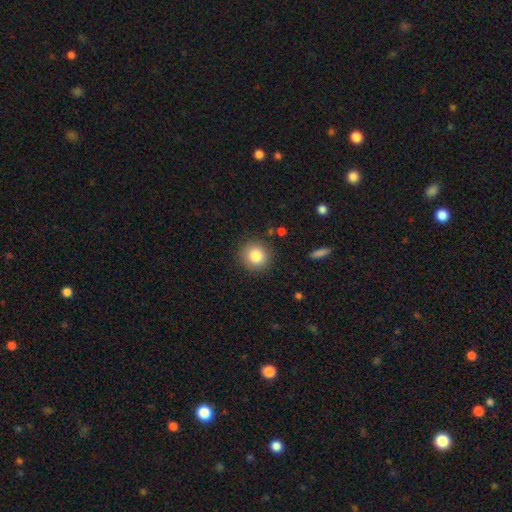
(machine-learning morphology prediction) This is clearly a smooth galaxy (83%). How rounded: clearly round (92%). Merging: clearly none (89%).